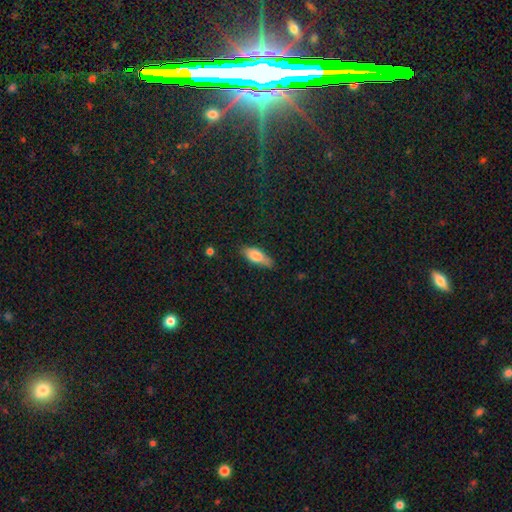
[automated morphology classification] Smooth or featured? smooth (74%)
How rounded? in between (67%)
Merging? none (70%)